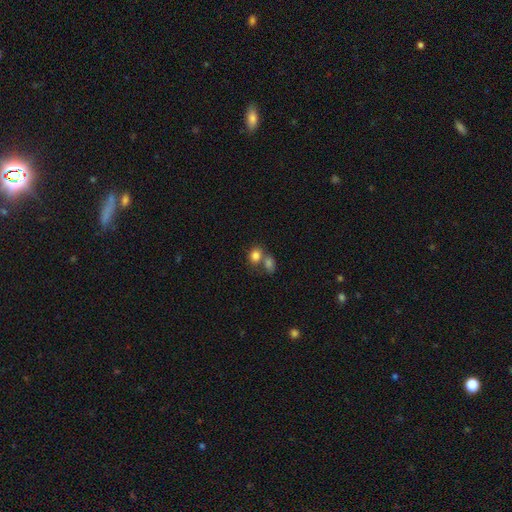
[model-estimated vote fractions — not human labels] smooth_or_featured: smooth (p=0.81) [alt: star or artifact p=0.10]
how_rounded: round (p=0.56) [alt: in between p=0.43]
merging: merger (p=0.48) [alt: none p=0.39]